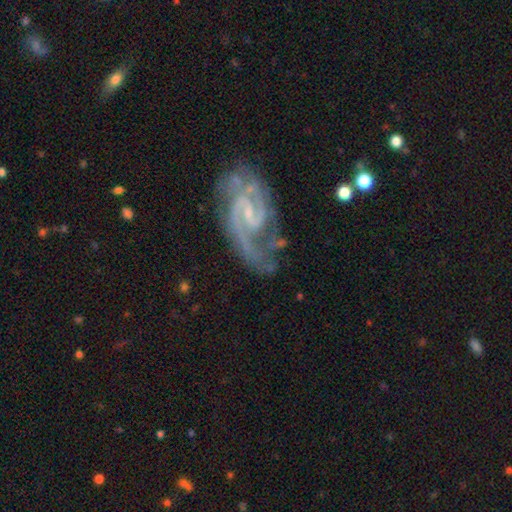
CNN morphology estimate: Q: Smooth or featured?
A: featured or disk (92%); runner-up: star or artifact (5%)
Q: Edge-on disk?
A: no (98%); runner-up: yes (2%)
Q: Bar?
A: weak (57%); runner-up: no (23%)
Q: Spiral arms?
A: yes (98%); runner-up: no (2%)
Q: Spiral winding?
A: medium (59%); runner-up: tight (26%)
Q: Spiral arm count?
A: 2 (85%); runner-up: 3 (5%)
Q: Bulge size?
A: small (70%); runner-up: none (15%)
Q: Merging?
A: none (63%); runner-up: minor disturbance (21%)